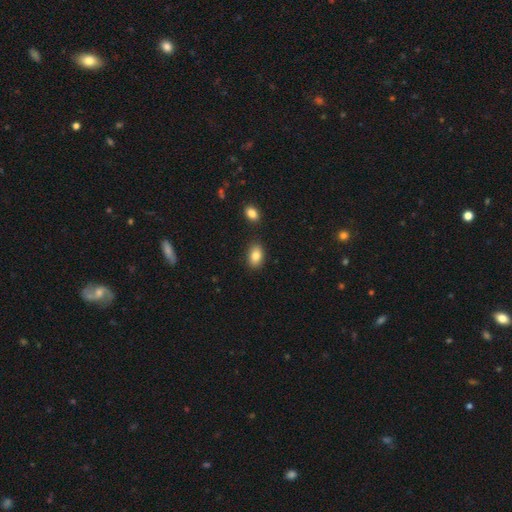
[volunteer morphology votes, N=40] Smooth or featured?
  - smooth: 90% *
  - featured or disk: 5%
  - star or artifact: 5%
How rounded?
  - in between: 89% *
  - round: 8%
  - cigar-shaped: 3%
Merging?
  - none: 92% *
  - merger: 5%
  - minor disturbance: 3%
  - major disturbance: 0%